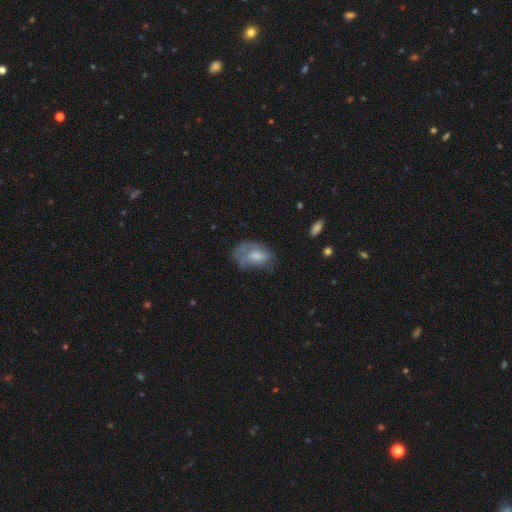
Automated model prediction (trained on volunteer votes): Smooth or featured: smooth — 60% (featured or disk — 32%)
How rounded: in between — 89% (round — 9%)
Merging: none — 41% (minor disturbance — 31%)